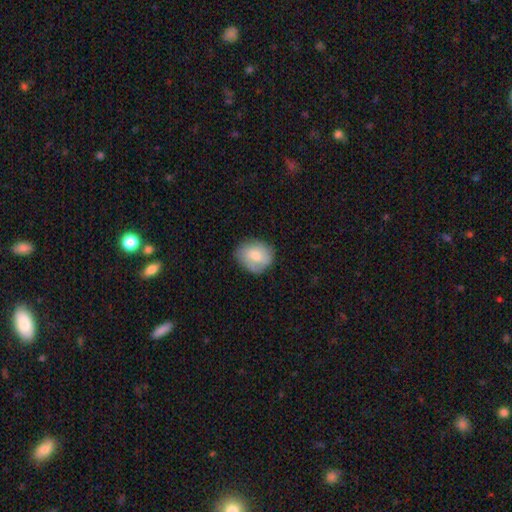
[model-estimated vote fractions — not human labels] smooth-or-featured: smooth: 70% | featured or disk: 23% | star or artifact: 7%
  how-rounded: round: 57% | in between: 42% | cigar-shaped: 1%
  merging: none: 73% | minor disturbance: 21% | major disturbance: 5% | merger: 1%